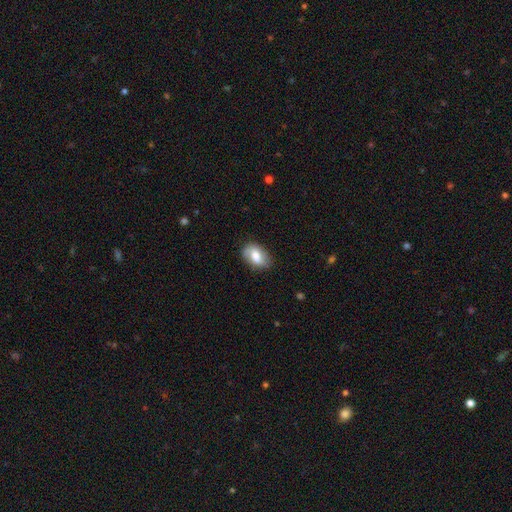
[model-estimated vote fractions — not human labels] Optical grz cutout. It shows a smooth galaxy with no disk features (73%) that is in between round and cigar-shaped (87%). Merging: none (72%).